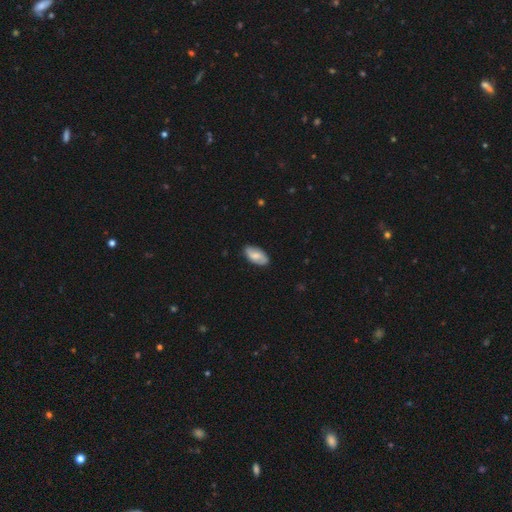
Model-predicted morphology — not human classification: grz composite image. It shows a smooth galaxy with no disk features (63%) that is in between round and cigar-shaped (93%). Merging: none (84%).